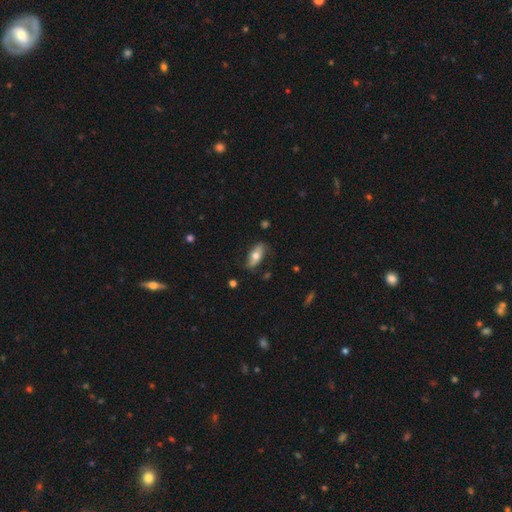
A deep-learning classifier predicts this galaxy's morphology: A smooth galaxy with no disk features (58%) that is in between round and cigar-shaped (76%).

Vote fractions:
- Smooth or featured? smooth: 58% / featured or disk: 36% / star or artifact: 6%
- How rounded? in between: 76% / cigar-shaped: 20% / round: 4%
- Merging? none: 74% / minor disturbance: 20% / major disturbance: 5% / merger: 1%